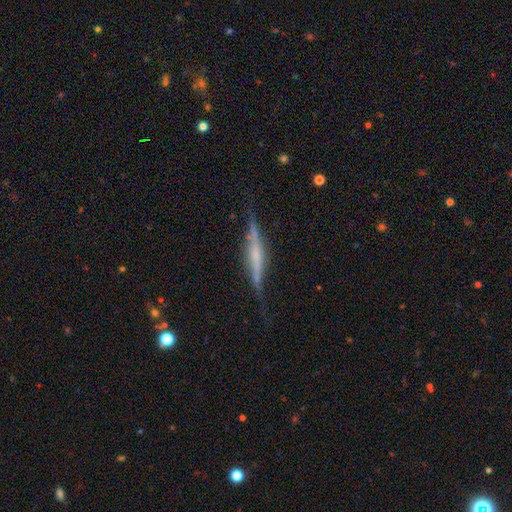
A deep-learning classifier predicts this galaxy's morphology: Smooth or featured: featured or disk — 71% (smooth — 23%)
Edge-on disk: yes — 96% (no — 4%)
Edge-on bulge: rounded — 40% (none — 38%)
Merging: none — 77% (minor disturbance — 17%)